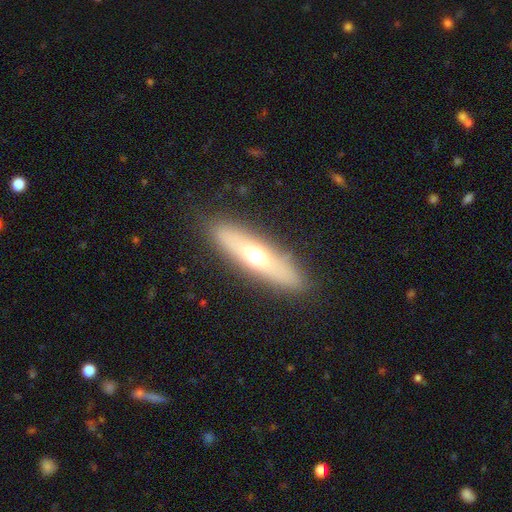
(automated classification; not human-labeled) Smooth or featured? smooth (51%)
How rounded? cigar-shaped (68%)
Merging? none (87%)